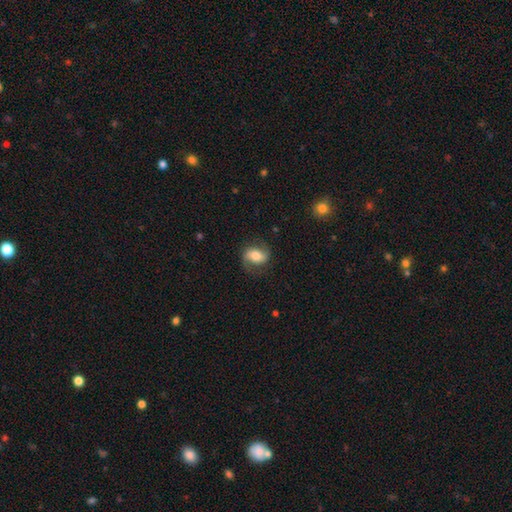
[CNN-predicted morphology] A featured or disk galaxy (56%) with no bar (39%), spiral arms (87%) and a moderate central bulge (59%). Merging: none (70%).